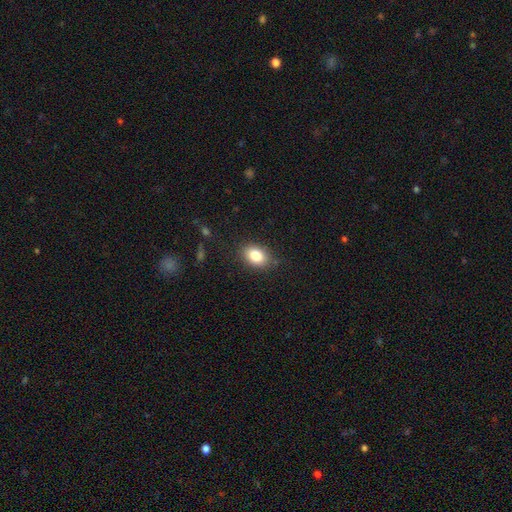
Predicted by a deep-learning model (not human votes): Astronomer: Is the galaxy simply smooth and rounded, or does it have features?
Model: smooth — 83%.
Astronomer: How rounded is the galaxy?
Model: in between — 76%.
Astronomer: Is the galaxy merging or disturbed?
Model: none — 84%.